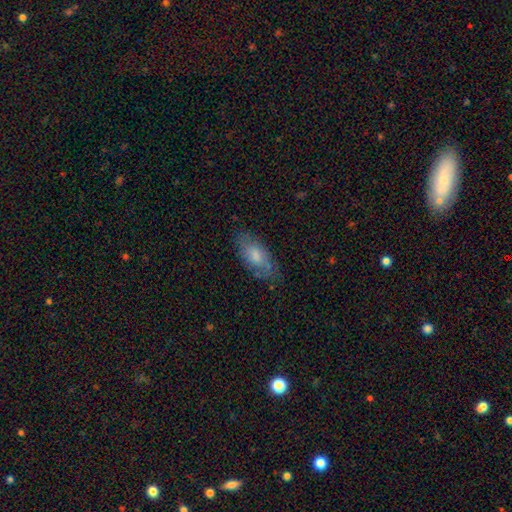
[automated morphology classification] Smooth or featured: smooth — 66% (featured or disk — 27%)
How rounded: in between — 87% (cigar-shaped — 10%)
Merging: none — 71% (minor disturbance — 21%)